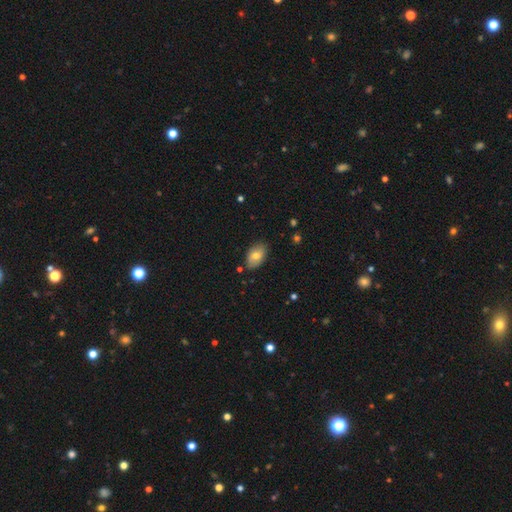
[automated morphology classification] Smooth or featured: smooth — 74% (featured or disk — 19%)
How rounded: in between — 91% (round — 8%)
Merging: none — 81% (minor disturbance — 15%)